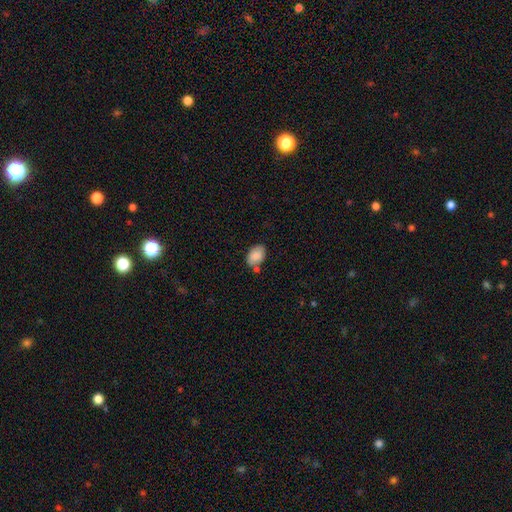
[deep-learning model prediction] A smooth galaxy with no disk features (86%) that is in between round and cigar-shaped (87%).

Vote fractions:
- Smooth or featured? smooth: 86% / star or artifact: 7% / featured or disk: 7%
- How rounded? in between: 87% / round: 12% / cigar-shaped: 1%
- Merging? none: 66% / minor disturbance: 18% / merger: 12% / major disturbance: 4%